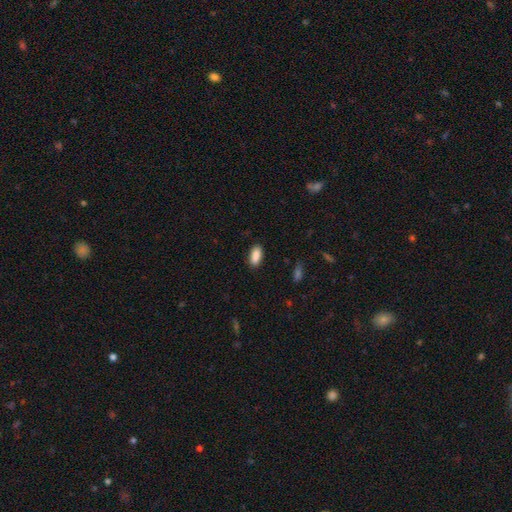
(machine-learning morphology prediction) This appears to be a smooth galaxy with no disk features (89%) that is in between round and cigar-shaped (87%). Merging: none (87%).